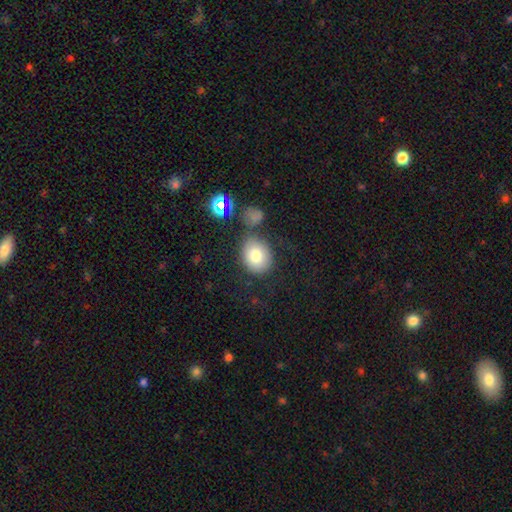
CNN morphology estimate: Smooth or featured? Predicted: smooth (p=0.79). How rounded? Predicted: round (p=0.60). Merging? Predicted: none (p=0.69).